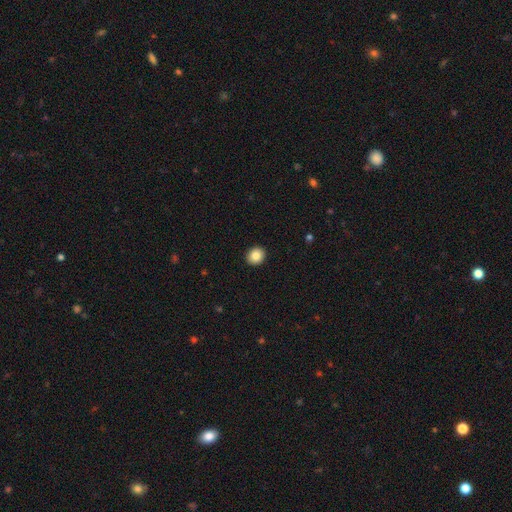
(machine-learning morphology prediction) type=smooth (85%); roundness=round (81%); merging=none (93%).